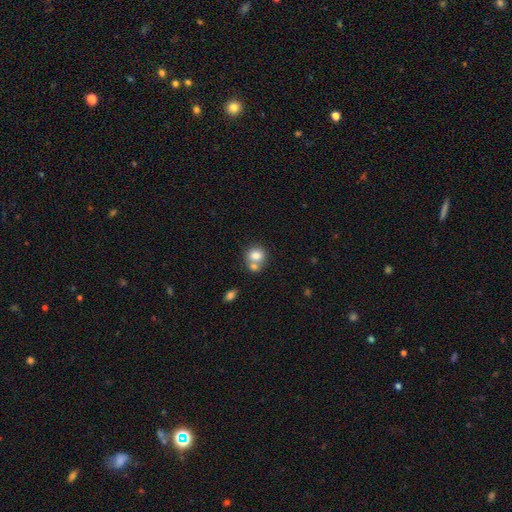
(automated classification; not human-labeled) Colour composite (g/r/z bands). It shows a smooth galaxy with no disk features (78%) that is round (77%). Merging: merger (45%).